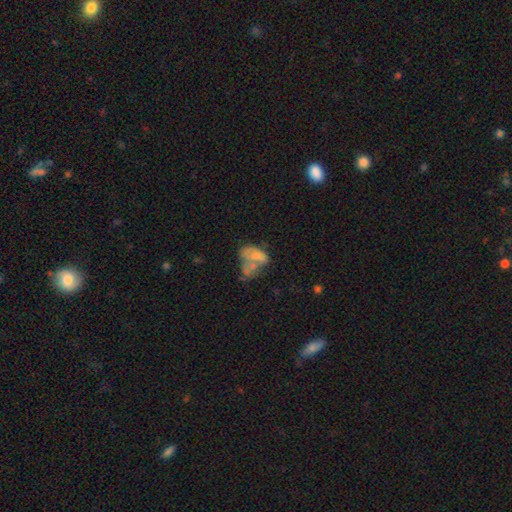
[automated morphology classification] This appears to be a smooth galaxy with no disk features (47%). Merging: merger (45%).